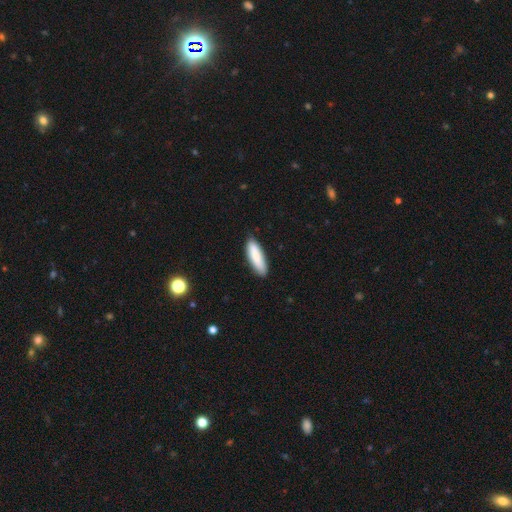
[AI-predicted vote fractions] Smooth or featured: smooth — 86% (featured or disk — 8%)
How rounded: cigar-shaped — 55% (in between — 43%)
Merging: none — 86% (minor disturbance — 11%)